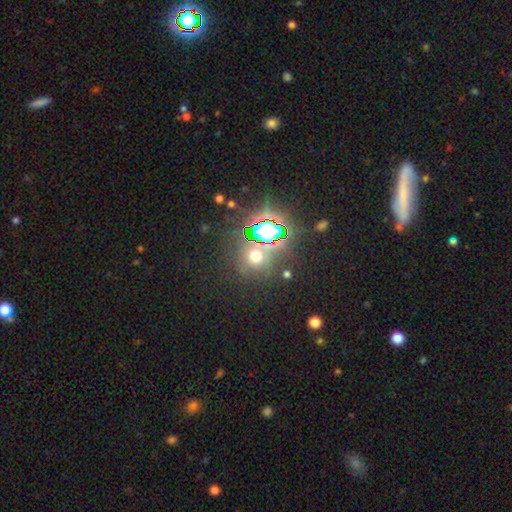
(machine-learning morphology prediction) Smooth or featured? Predicted: star or artifact (p=0.48).